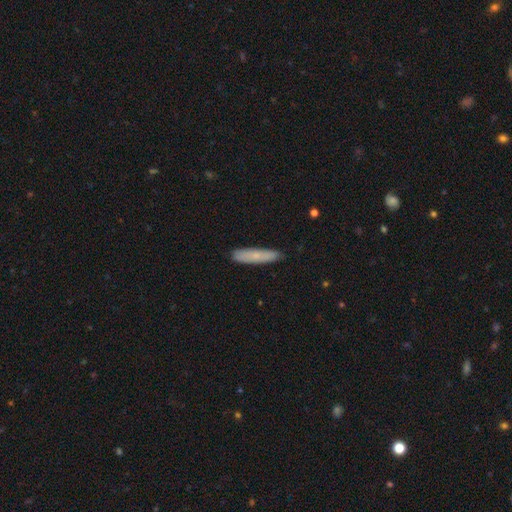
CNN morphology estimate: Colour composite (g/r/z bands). It shows a smooth galaxy with no disk features (70%) that is cigar-shaped (86%). Merging: none (86%).